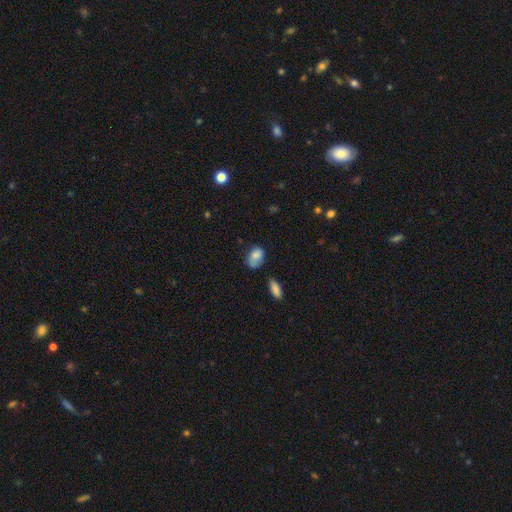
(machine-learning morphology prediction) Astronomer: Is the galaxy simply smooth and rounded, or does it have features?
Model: smooth — 78%.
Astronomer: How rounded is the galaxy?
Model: in between — 79%.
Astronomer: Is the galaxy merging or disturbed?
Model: none — 44% (runner-up: minor disturbance, 35%).